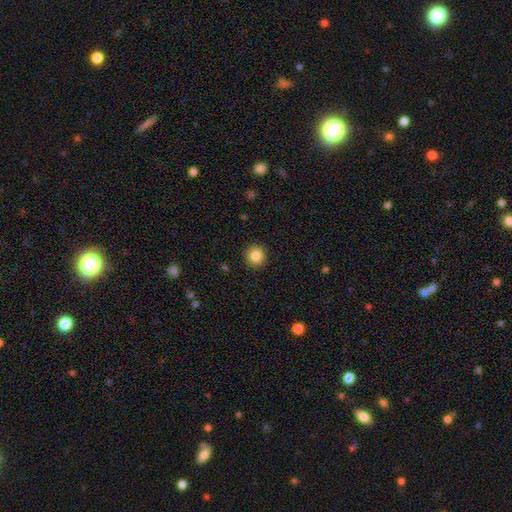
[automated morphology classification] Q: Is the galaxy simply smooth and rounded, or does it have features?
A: smooth — 84%.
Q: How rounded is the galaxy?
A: round — 92%.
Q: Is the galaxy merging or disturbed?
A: none — 91%.